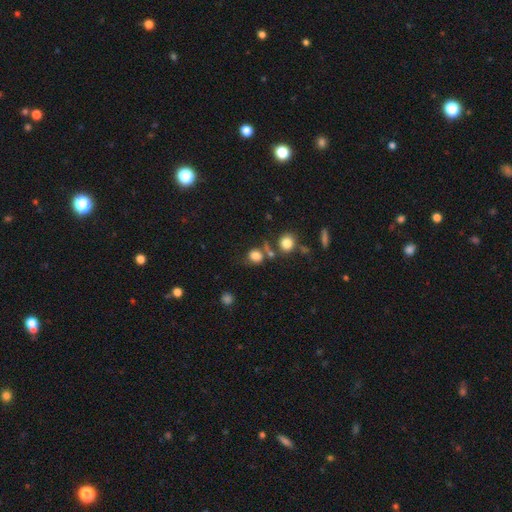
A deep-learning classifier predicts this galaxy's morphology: A smooth galaxy with no disk features (78%) that is round (68%).

Vote fractions:
- Smooth or featured? smooth: 78% / star or artifact: 14% / featured or disk: 8%
- How rounded? round: 68% / in between: 31% / cigar-shaped: 1%
- Merging? none: 54% / merger: 19% / minor disturbance: 17% / major disturbance: 10%